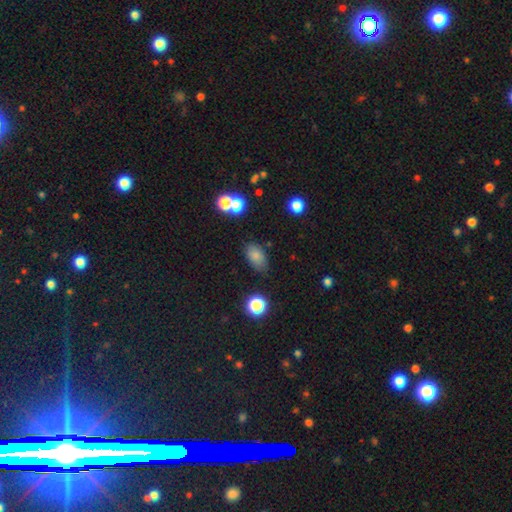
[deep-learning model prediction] smooth_or_featured: smooth (p=0.80) [alt: star or artifact p=0.12]
how_rounded: in between (p=0.88) [alt: round p=0.09]
merging: none (p=0.75) [alt: minor disturbance p=0.16]